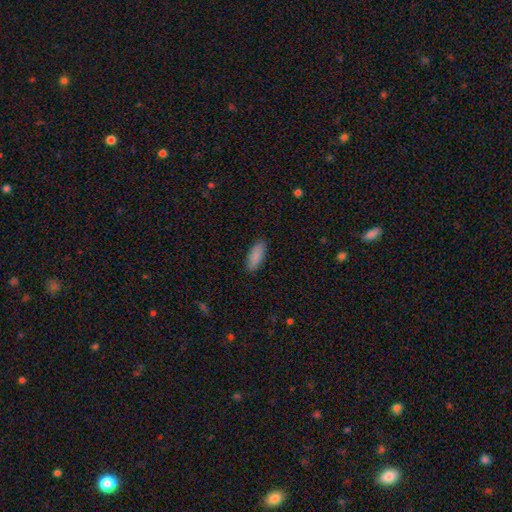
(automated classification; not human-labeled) Morphology: type=smooth (89%); roundness=in between (78%); merging=none (89%).